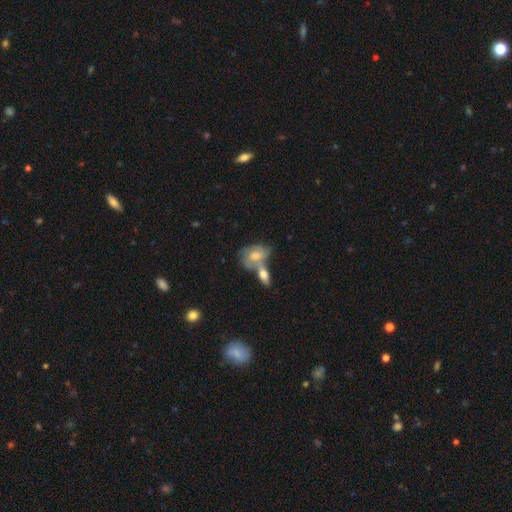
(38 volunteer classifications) smooth_or_featured: featured or disk (p=0.47) [alt: smooth p=0.45]
disk_edge_on: no (p=1.00)
bar: no (p=0.78) [alt: weak p=0.17]
has_spiral_arms: yes (p=0.72) [alt: no p=0.28]
spiral_winding: medium (p=0.62) [alt: loose p=0.23]
spiral_arm_count: 2 (p=0.38) [alt: 3 p=0.31]
bulge_size: moderate (p=0.56) [alt: small p=0.22]
merging: merger (p=0.69) [alt: none p=0.20]